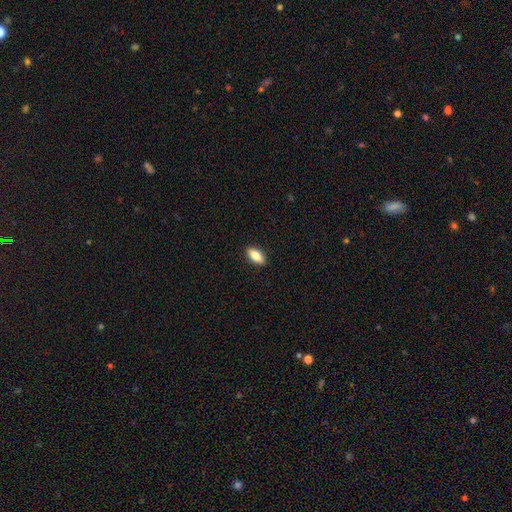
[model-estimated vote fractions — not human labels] Smooth or featured? smooth (82%)
How rounded? in between (88%)
Merging? none (90%)